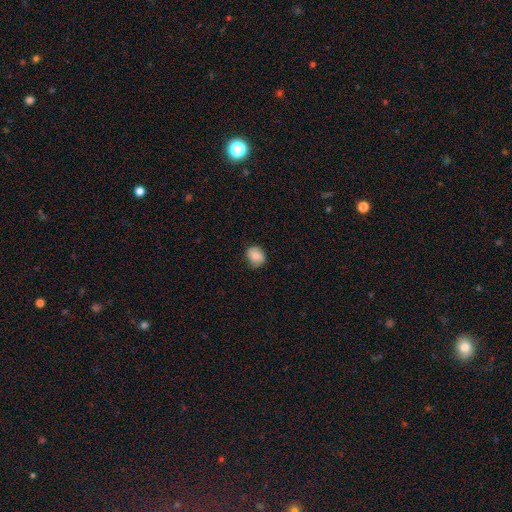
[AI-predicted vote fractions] smooth 76%, featured or disk 15%, star or artifact 8%. Down the decision tree: how rounded — round (60%); merging — none (76%).